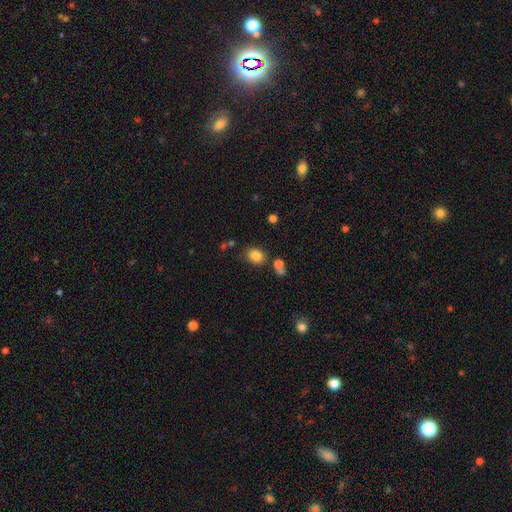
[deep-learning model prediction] Smooth or featured?
  - smooth: 83% *
  - star or artifact: 11%
  - featured or disk: 6%
How rounded?
  - in between: 50% *
  - round: 49%
  - cigar-shaped: 1%
Merging?
  - none: 74% *
  - minor disturbance: 13%
  - merger: 9%
  - major disturbance: 4%